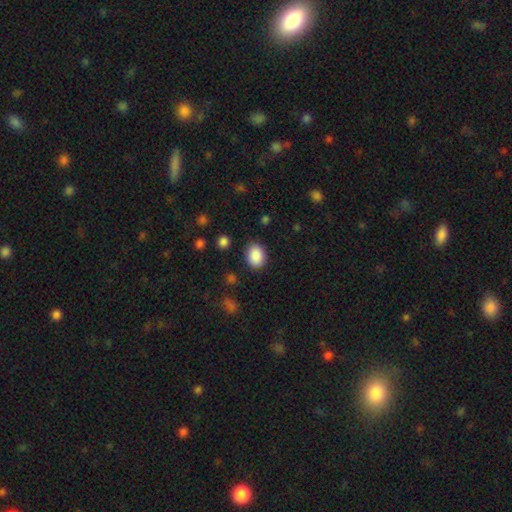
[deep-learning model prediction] Smooth or featured? smooth (89%)
How rounded? in between (60%)
Merging? none (86%)